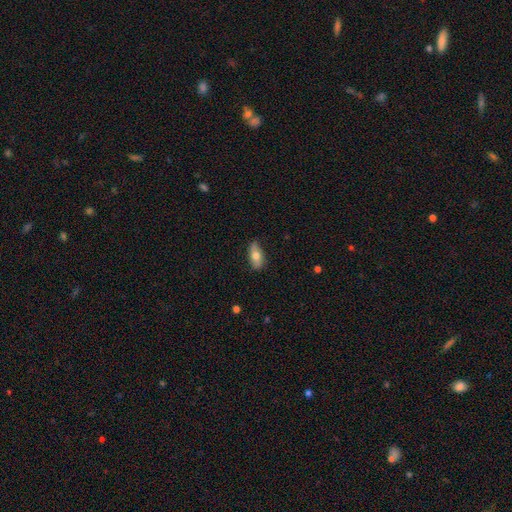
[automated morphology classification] A smooth galaxy with no disk features (65%) that is in between round and cigar-shaped (84%).

Vote fractions:
- Smooth or featured? smooth: 65% / featured or disk: 28% / star or artifact: 7%
- How rounded? in between: 84% / cigar-shaped: 11% / round: 5%
- Merging? none: 78% / minor disturbance: 18% / major disturbance: 3% / merger: 1%